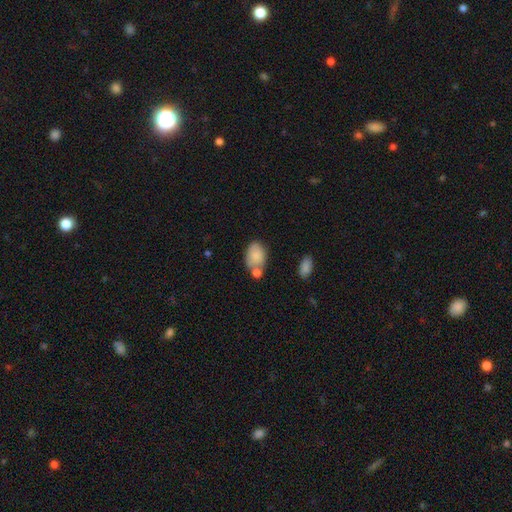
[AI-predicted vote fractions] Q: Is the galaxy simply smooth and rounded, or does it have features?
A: smooth — 83%.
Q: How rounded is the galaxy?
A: in between — 86%.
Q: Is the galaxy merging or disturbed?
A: none — 49%.